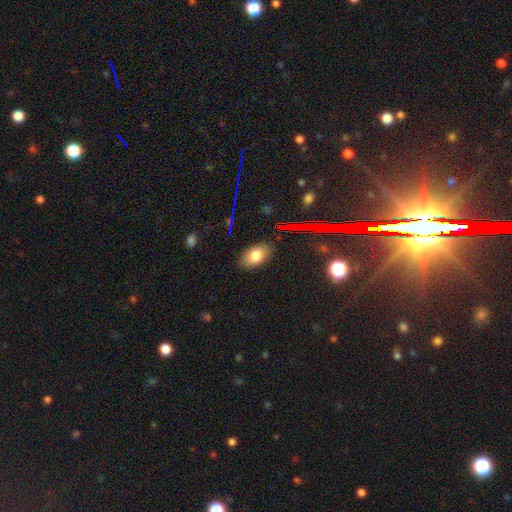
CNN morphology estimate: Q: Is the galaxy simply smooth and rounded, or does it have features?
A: smooth — 78%.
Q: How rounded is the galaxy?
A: in between — 91%.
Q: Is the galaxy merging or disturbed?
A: none — 86%.